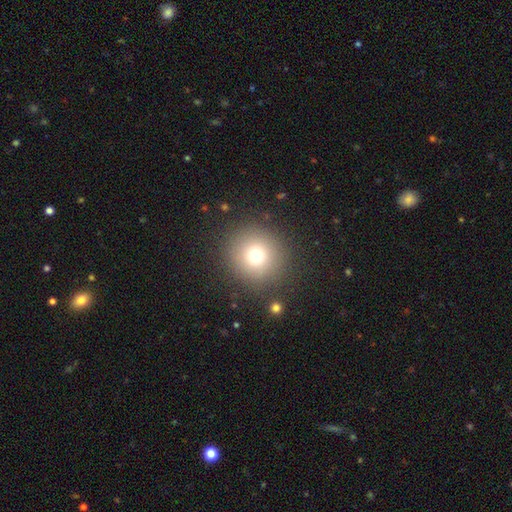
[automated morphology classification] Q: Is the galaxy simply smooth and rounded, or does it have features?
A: smooth — 73%.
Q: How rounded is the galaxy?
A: round — 94%.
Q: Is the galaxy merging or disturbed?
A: none — 88%.